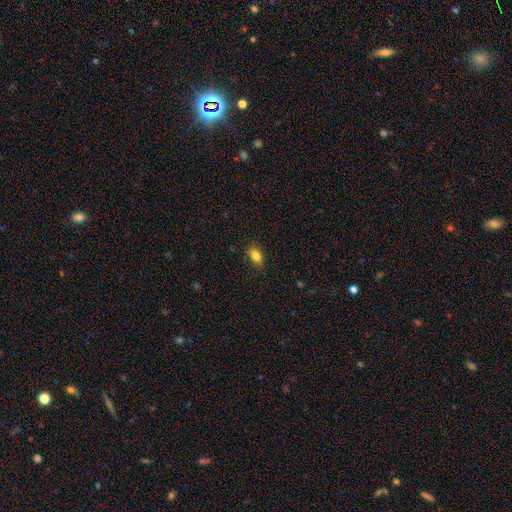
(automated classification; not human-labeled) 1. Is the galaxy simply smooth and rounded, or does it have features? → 82% smooth, 9% star or artifact, 8% featured or disk.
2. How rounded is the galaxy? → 86% in between, 11% round, 3% cigar-shaped.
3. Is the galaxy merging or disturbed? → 84% none, 12% minor disturbance, 3% major disturbance, 1% merger.